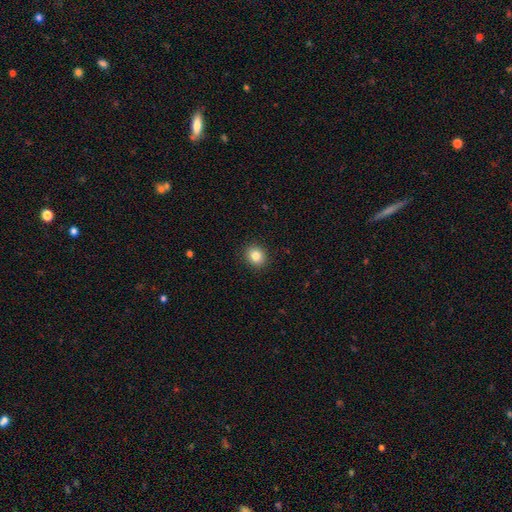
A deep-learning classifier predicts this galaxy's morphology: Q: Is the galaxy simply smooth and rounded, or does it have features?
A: smooth — 83%.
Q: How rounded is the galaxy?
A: round — 77%.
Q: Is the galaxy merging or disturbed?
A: none — 91%.